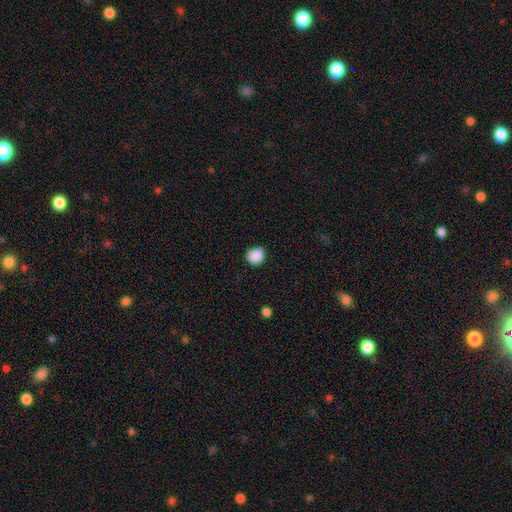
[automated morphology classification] Smooth or featured: smooth — 88% (star or artifact — 9%)
How rounded: round — 76% (in between — 23%)
Merging: none — 77% (minor disturbance — 17%)